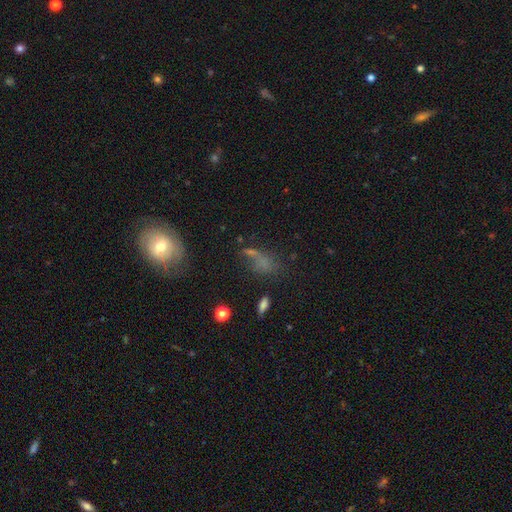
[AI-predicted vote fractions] Smooth or featured?
  - smooth: 57% *
  - star or artifact: 24%
  - featured or disk: 20%
How rounded?
  - in between: 68% *
  - round: 22%
  - cigar-shaped: 10%
Merging?
  - none: 41% *
  - major disturbance: 22%
  - minor disturbance: 19%
  - merger: 17%